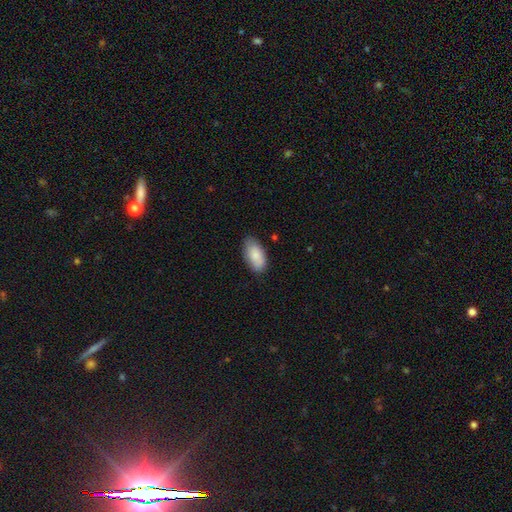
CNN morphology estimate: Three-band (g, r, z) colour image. It shows a smooth galaxy with no disk features (86%) that is in between round and cigar-shaped (93%). Merging: none (79%).